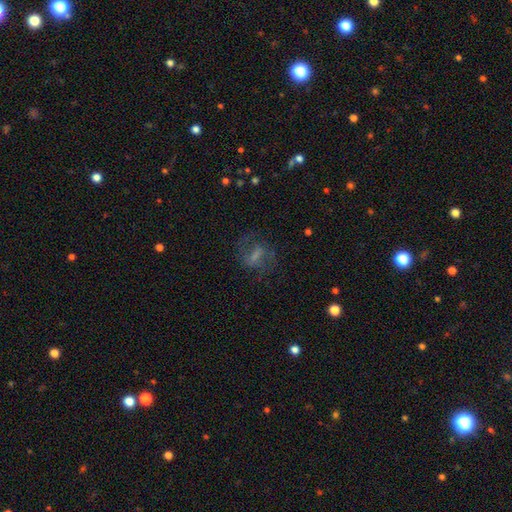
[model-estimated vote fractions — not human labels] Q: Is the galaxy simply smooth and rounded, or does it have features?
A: featured or disk — 46%.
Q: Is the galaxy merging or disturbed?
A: none — 61%.